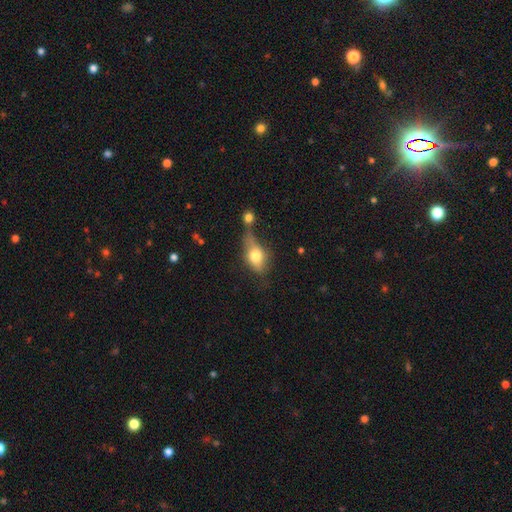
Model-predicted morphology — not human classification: Smooth or featured: smooth — 68% (featured or disk — 24%)
How rounded: in between — 76% (round — 17%)
Merging: none — 31% (merger — 30%)